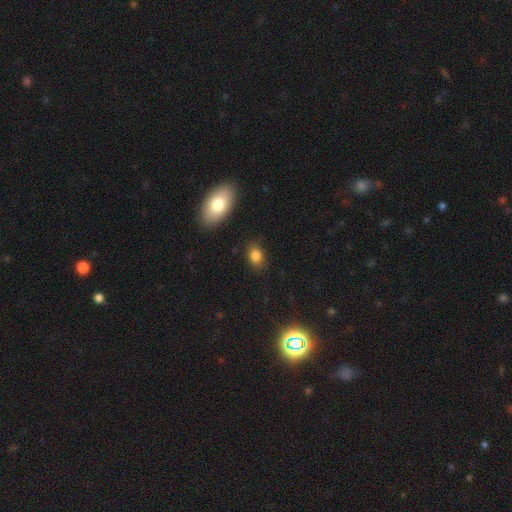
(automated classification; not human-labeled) smooth_or_featured: smooth (p=0.82) [alt: star or artifact p=0.11]
how_rounded: in between (p=0.73) [alt: round p=0.25]
merging: none (p=0.83) [alt: minor disturbance p=0.12]